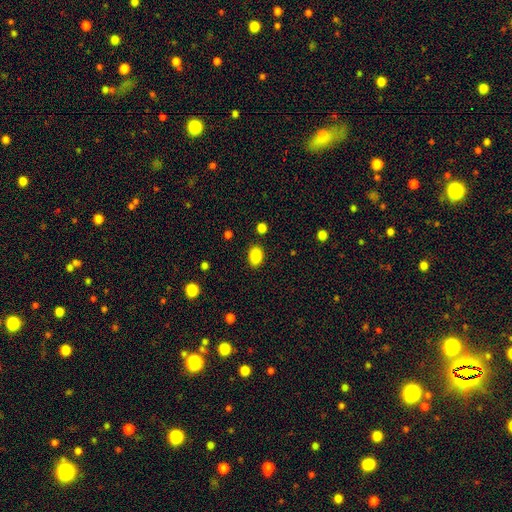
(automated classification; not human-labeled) A smooth galaxy with no disk features (88%) that is in between round and cigar-shaped (81%).

Vote fractions:
- Smooth or featured? smooth: 88% / star or artifact: 9% / featured or disk: 3%
- How rounded? in between: 81% / round: 18% / cigar-shaped: 1%
- Merging? none: 84% / minor disturbance: 11% / major disturbance: 3% / merger: 2%